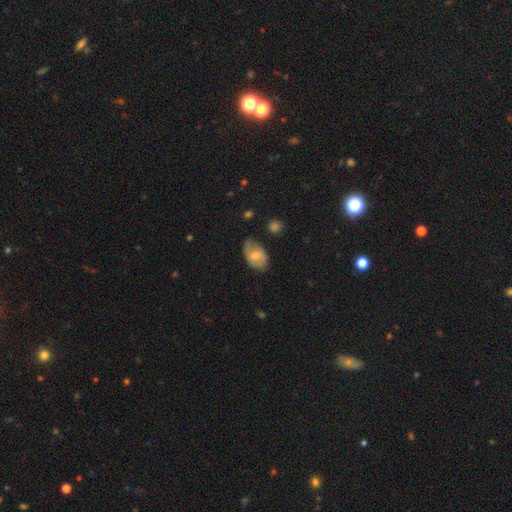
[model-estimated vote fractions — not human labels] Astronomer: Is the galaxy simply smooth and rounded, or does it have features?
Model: smooth — 55% (runner-up: featured or disk, 38%).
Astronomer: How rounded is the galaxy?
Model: in between — 87%.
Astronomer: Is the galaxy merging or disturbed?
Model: none — 55% (runner-up: minor disturbance, 33%).